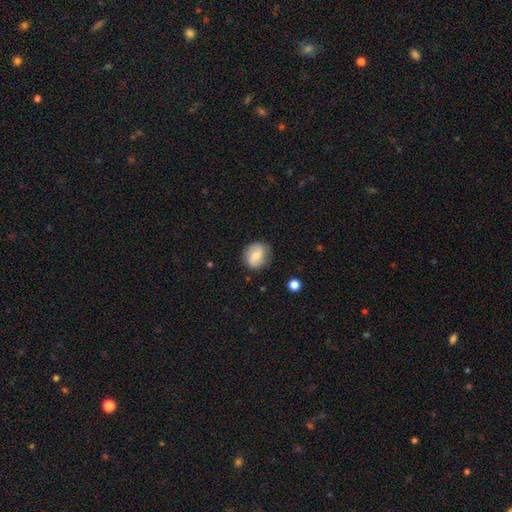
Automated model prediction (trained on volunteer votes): This is possibly a smooth galaxy (57%). How rounded: likely round (75%). Merging: likely none (78%).